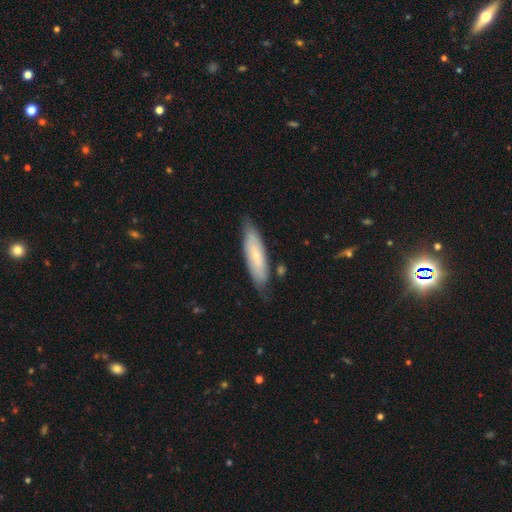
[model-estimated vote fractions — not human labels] smooth 66%, featured or disk 28%, star or artifact 6%. Down the decision tree: how rounded — cigar-shaped (65%); merging — none (75%).